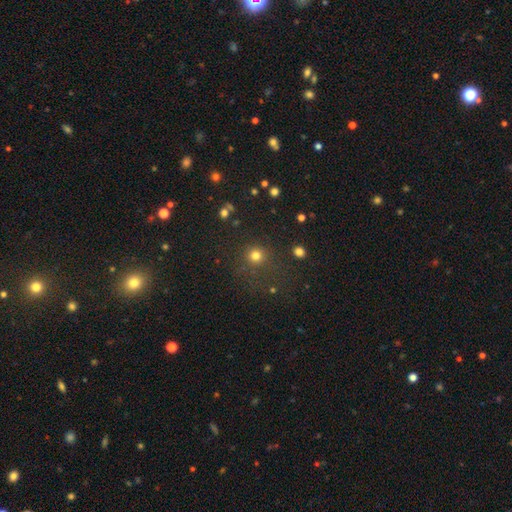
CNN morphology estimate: smooth 77%, star or artifact 17%, featured or disk 6%. Down the decision tree: how rounded — round (93%); merging — none (81%).